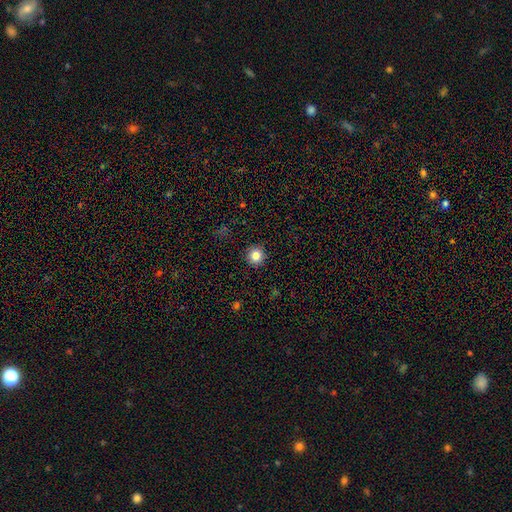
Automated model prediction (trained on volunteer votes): Smooth or featured? smooth (82%)
How rounded? round (94%)
Merging? none (92%)